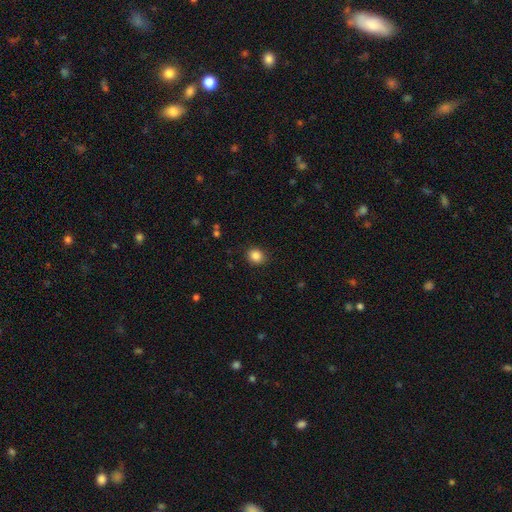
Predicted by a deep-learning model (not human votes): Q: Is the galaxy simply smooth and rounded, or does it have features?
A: smooth — 86%.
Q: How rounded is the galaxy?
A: round — 74%.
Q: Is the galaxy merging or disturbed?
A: none — 89%.